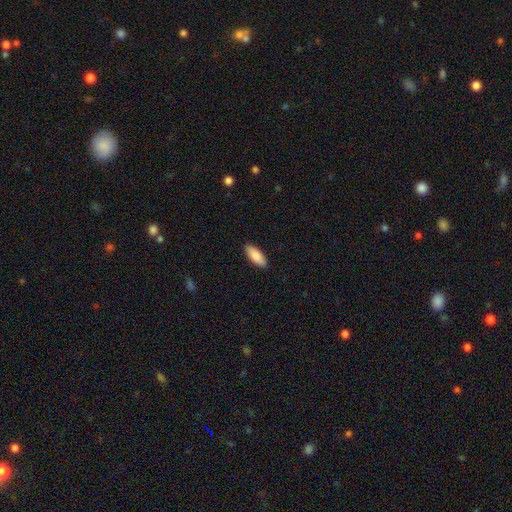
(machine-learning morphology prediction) smooth-or-featured: smooth: 89% | featured or disk: 6% | star or artifact: 5%
  how-rounded: in between: 77% | cigar-shaped: 21% | round: 2%
  merging: none: 89% | minor disturbance: 8% | major disturbance: 2% | merger: 1%